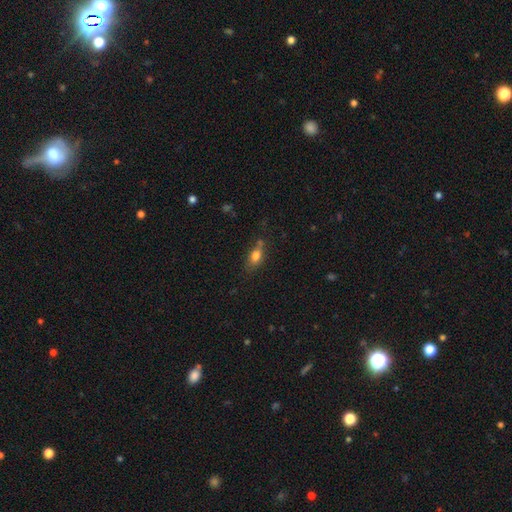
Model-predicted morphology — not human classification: A smooth galaxy with no disk features (78%) that is in between round and cigar-shaped (79%). Merging: none (57%).